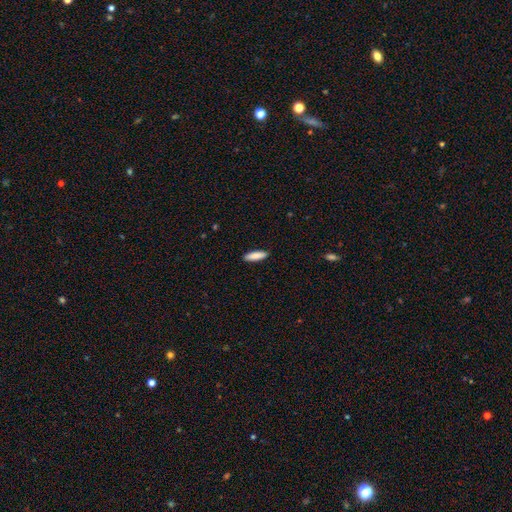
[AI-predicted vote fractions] smooth 88%, featured or disk 6%, star or artifact 6%. Down the decision tree: how rounded — cigar-shaped (60%); merging — none (90%).